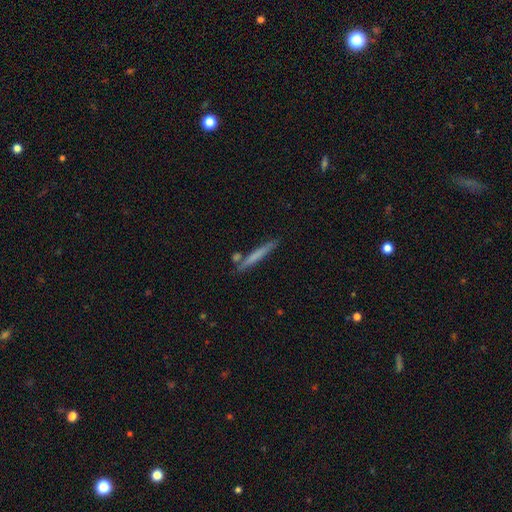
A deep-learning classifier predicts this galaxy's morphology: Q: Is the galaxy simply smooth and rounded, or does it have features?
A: smooth — 61%.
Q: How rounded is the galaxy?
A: cigar-shaped — 96%.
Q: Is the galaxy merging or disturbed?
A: none — 82%.